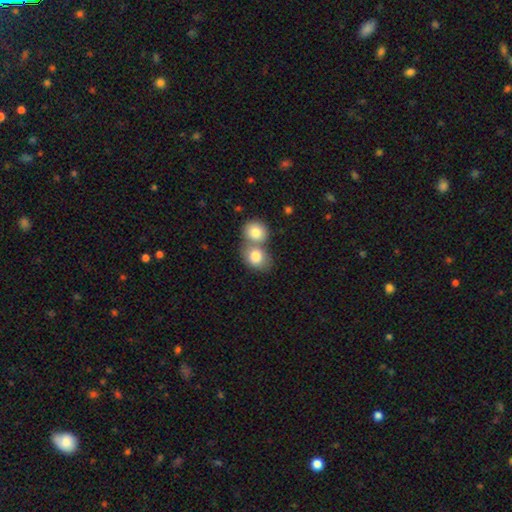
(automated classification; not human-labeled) This appears to be a smooth galaxy with no disk features (80%) that is round (57%). Merging: merger (61%).